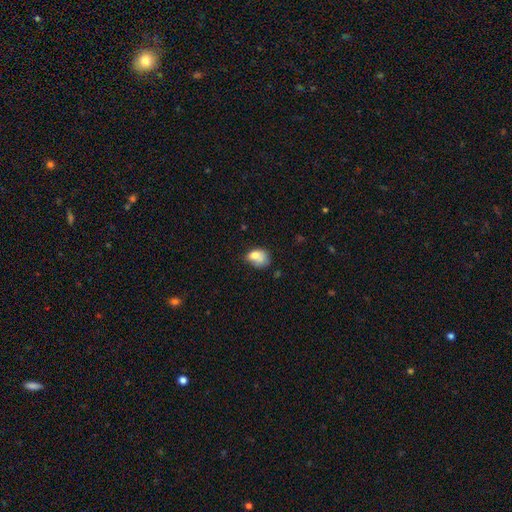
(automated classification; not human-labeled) Q: Smooth or featured?
A: smooth (73%); runner-up: featured or disk (17%)
Q: How rounded?
A: in between (68%); runner-up: round (31%)
Q: Merging?
A: minor disturbance (33%); runner-up: none (32%)